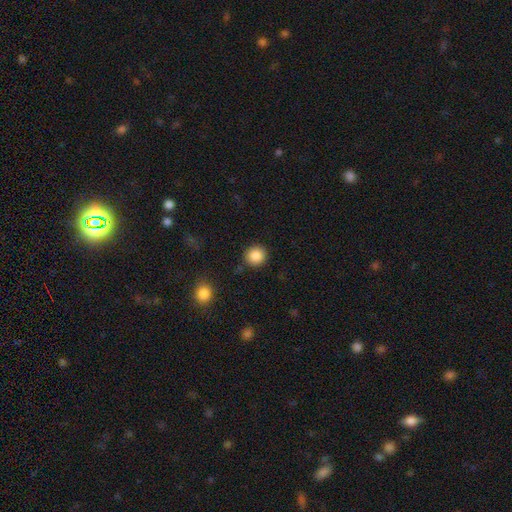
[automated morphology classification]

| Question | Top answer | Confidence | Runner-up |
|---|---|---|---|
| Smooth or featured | smooth | 87% | star or artifact (9%) |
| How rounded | round | 91% | in between (8%) |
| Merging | none | 88% | minor disturbance (7%) |